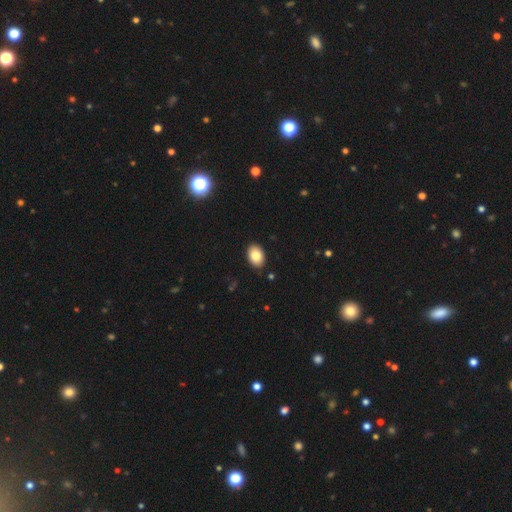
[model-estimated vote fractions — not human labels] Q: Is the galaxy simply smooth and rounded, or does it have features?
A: smooth — 84%.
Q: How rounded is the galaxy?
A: in between — 84%.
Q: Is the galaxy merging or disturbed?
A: none — 90%.